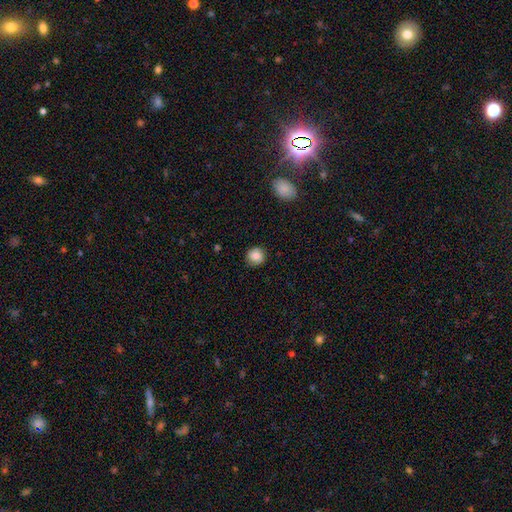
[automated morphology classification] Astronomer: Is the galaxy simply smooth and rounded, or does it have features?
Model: smooth — 86%.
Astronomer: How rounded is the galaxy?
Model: round — 89%.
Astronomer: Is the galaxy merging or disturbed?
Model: none — 83%.